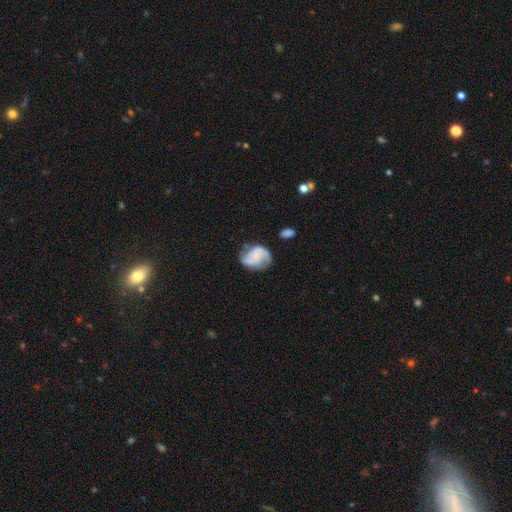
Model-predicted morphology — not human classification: smooth_or_featured: featured or disk (p=0.72) [alt: smooth p=0.21]
disk_edge_on: no (p=0.98) [alt: yes p=0.02]
bar: no (p=0.54) [alt: weak p=0.36]
has_spiral_arms: yes (p=0.92) [alt: no p=0.08]
spiral_winding: medium (p=0.45) [alt: loose p=0.33]
spiral_arm_count: 2 (p=0.76) [alt: can't tell p=0.09]
bulge_size: small (p=0.48) [alt: none p=0.33]
merging: none (p=0.61) [alt: minor disturbance p=0.24]